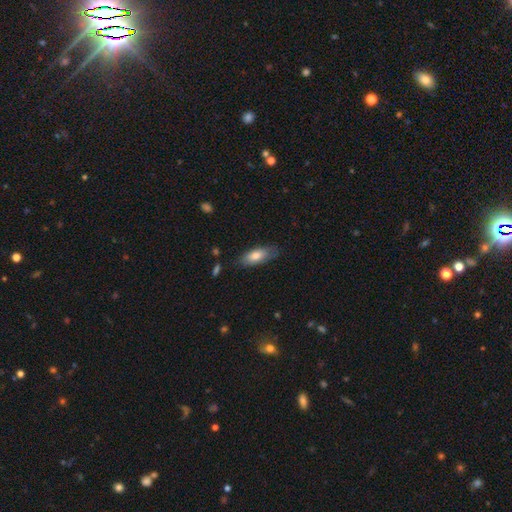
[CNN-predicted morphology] This appears to be a smooth galaxy with no disk features (76%) that is in between round and cigar-shaped (79%). Merging: none (75%).